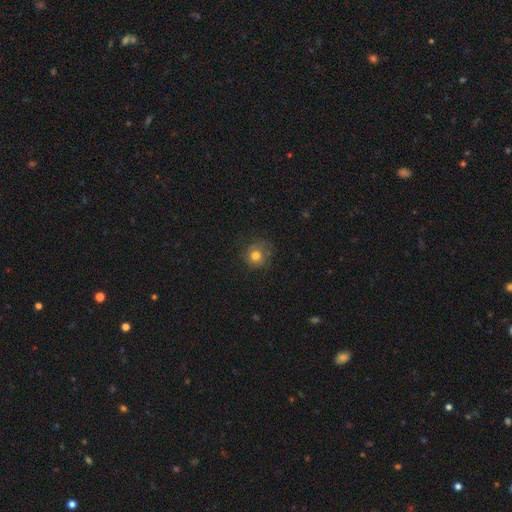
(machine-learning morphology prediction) Overall: smooth (73%). How rounded: round (89%). Merging: none (70%).